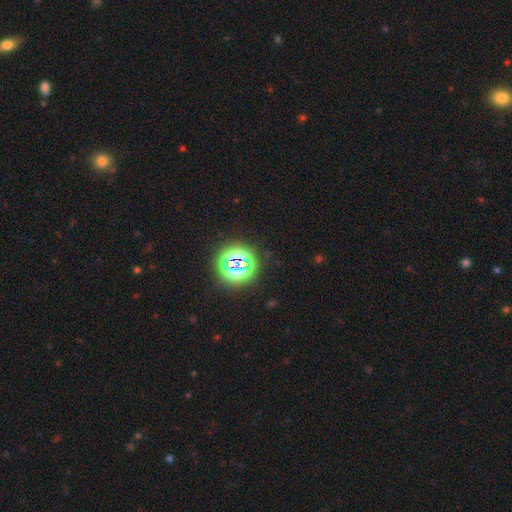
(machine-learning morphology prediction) A star or artifact, not a galaxy (77%).

Vote fractions:
- Smooth or featured? star or artifact: 77% / smooth: 17% / featured or disk: 5%